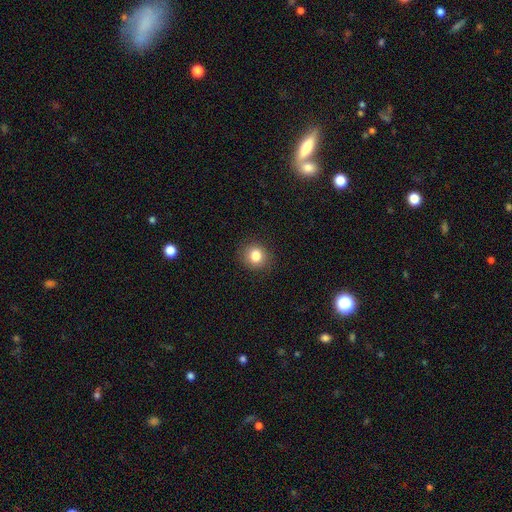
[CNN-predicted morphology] type=smooth (83%); roundness=round (81%); merging=none (89%).